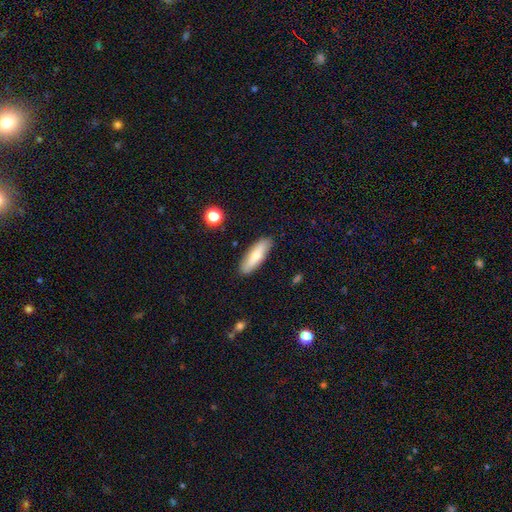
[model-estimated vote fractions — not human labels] This appears to be a smooth galaxy with no disk features (71%) that is cigar-shaped (54%). Merging: none (86%).